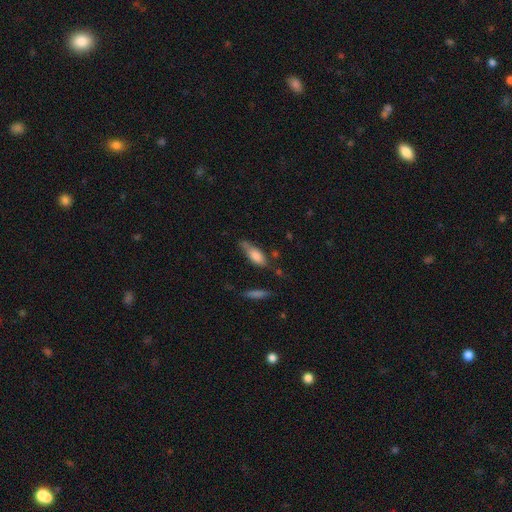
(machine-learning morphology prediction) smooth_or_featured: smooth (p=0.73) [alt: featured or disk p=0.19]
how_rounded: in between (p=0.62) [alt: cigar-shaped p=0.35]
merging: none (p=0.54) [alt: minor disturbance p=0.30]